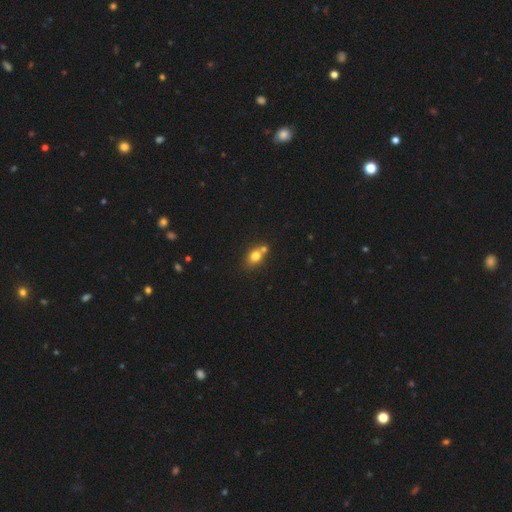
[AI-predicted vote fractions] A smooth galaxy with no disk features (77%) that is in between round and cigar-shaped (60%). Merging: none (51%).